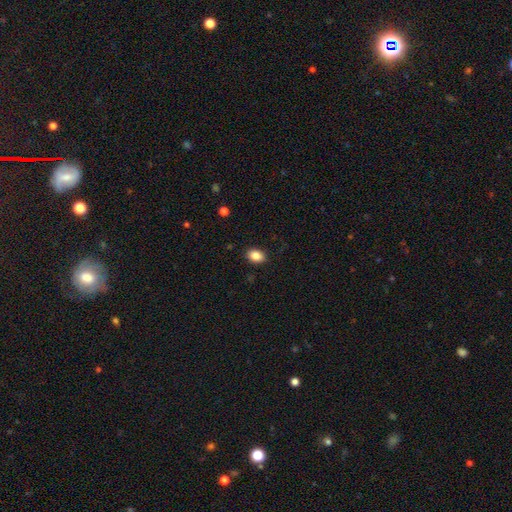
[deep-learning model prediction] smooth-or-featured: smooth: 87% | star or artifact: 9% | featured or disk: 5%
  how-rounded: in between: 75% | round: 24% | cigar-shaped: 1%
  merging: none: 89% | minor disturbance: 8% | major disturbance: 2% | merger: 1%